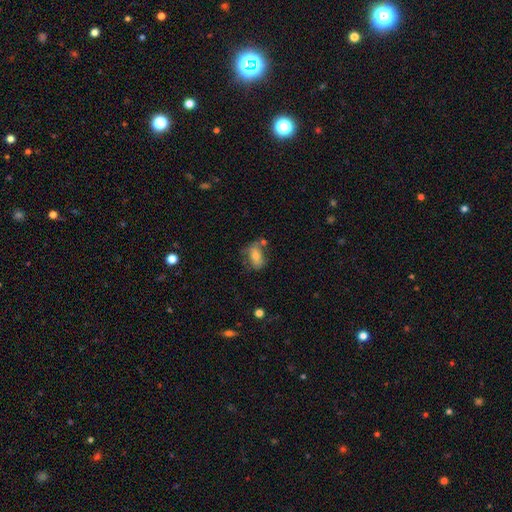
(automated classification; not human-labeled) Morphology: type=smooth (62%); roundness=in between (83%); merging=none (49%).